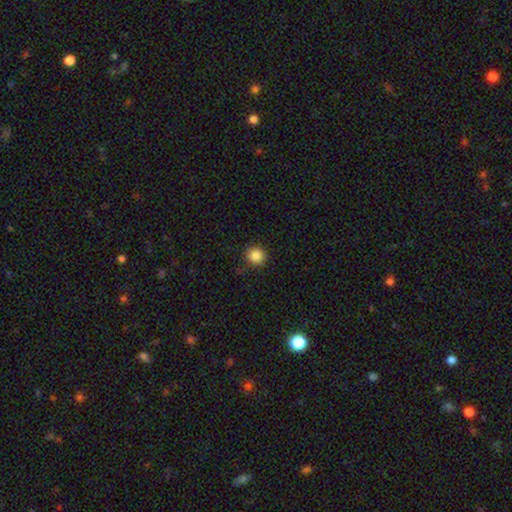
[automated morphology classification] A smooth galaxy with no disk features (86%) that is round (92%).

Vote fractions:
- Smooth or featured? smooth: 86% / star or artifact: 11% / featured or disk: 4%
- How rounded? round: 92% / in between: 7% / cigar-shaped: 1%
- Merging? none: 87% / minor disturbance: 10% / major disturbance: 2% / merger: 1%